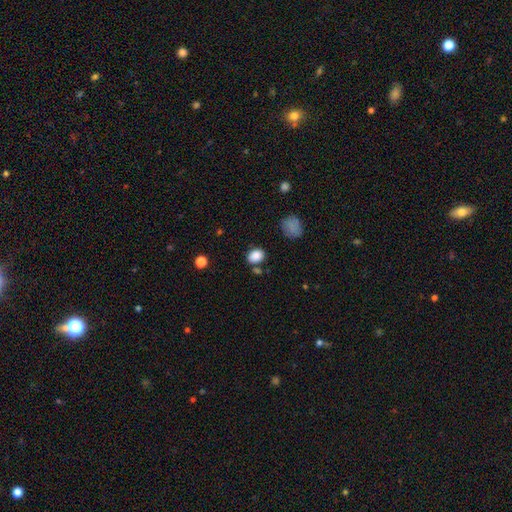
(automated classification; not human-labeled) smooth 85%, star or artifact 10%, featured or disk 4%. Down the decision tree: how rounded — in between (57%); merging — none (74%).